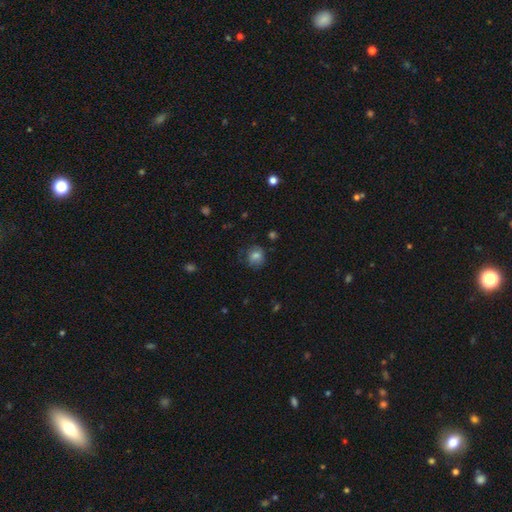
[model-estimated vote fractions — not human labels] This is likely a smooth galaxy (77%). How rounded: likely round (76%). Merging: likely none (68%).